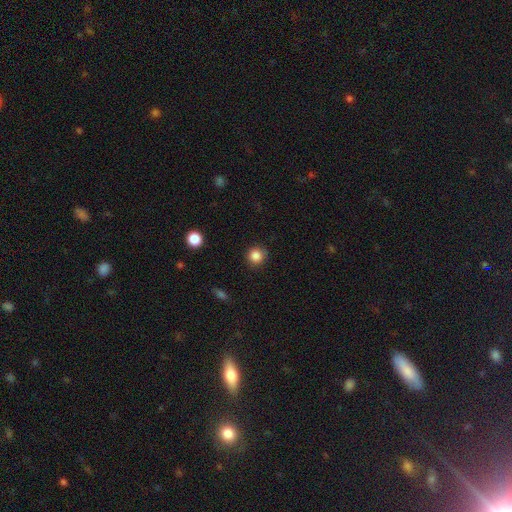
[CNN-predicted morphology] This appears to be a smooth galaxy with no disk features (85%) that is round (93%). Merging: none (89%).